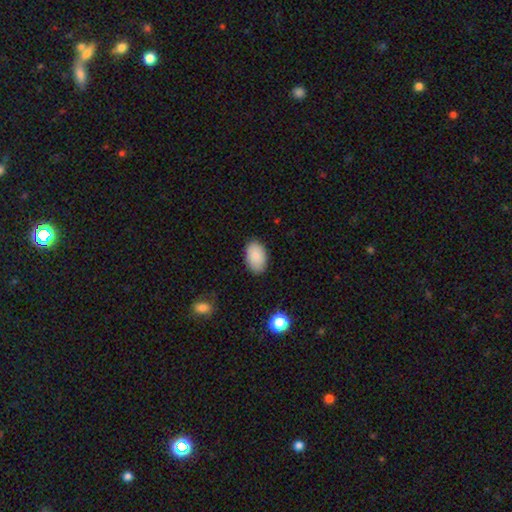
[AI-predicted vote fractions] Smooth or featured? Predicted: smooth (p=0.88). How rounded? Predicted: in between (p=0.93). Merging? Predicted: none (p=0.86).